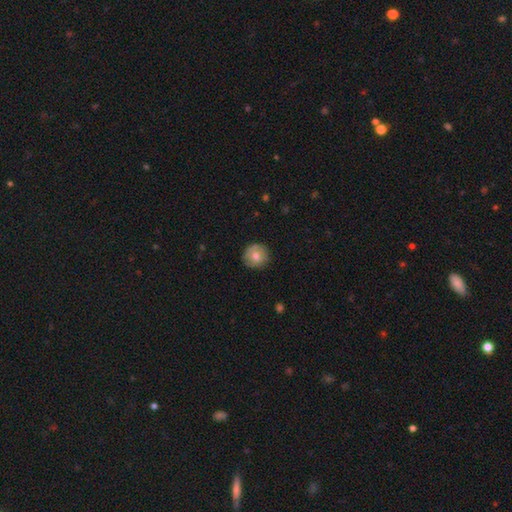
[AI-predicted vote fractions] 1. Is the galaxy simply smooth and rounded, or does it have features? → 65% smooth, 28% featured or disk, 7% star or artifact.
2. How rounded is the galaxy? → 92% round, 7% in between, 1% cigar-shaped.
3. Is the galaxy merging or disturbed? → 82% none, 14% minor disturbance, 3% major disturbance, 1% merger.